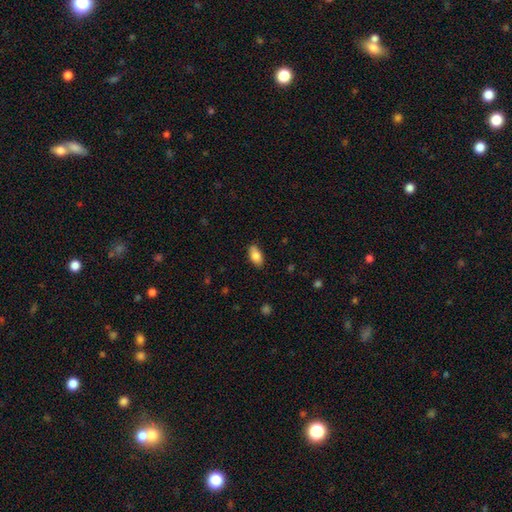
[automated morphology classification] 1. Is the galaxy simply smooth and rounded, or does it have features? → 84% smooth, 9% featured or disk, 7% star or artifact.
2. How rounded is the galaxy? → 91% in between, 5% cigar-shaped, 3% round.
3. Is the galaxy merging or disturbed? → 84% none, 12% minor disturbance, 2% major disturbance, 1% merger.